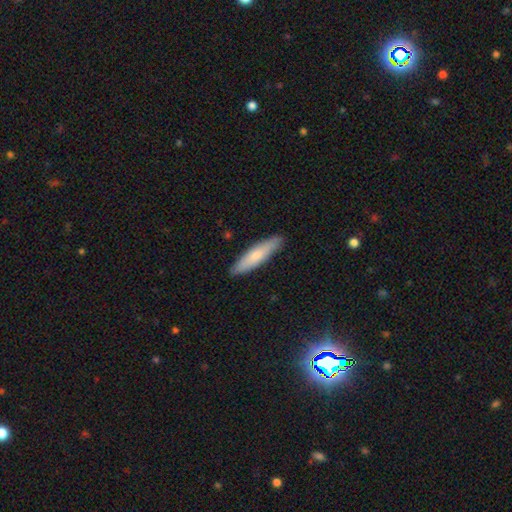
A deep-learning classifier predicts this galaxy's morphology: Overall: smooth (70%). How rounded: cigar-shaped (80%). Merging: none (88%).